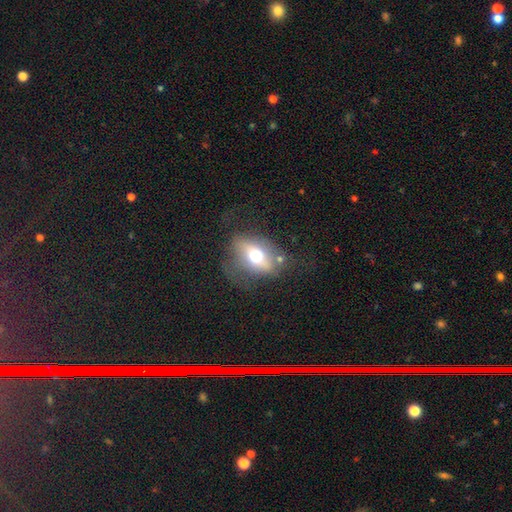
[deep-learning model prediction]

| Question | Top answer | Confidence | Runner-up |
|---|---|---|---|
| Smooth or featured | smooth | 50% | featured or disk (41%) |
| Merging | none | 54% | minor disturbance (23%) |